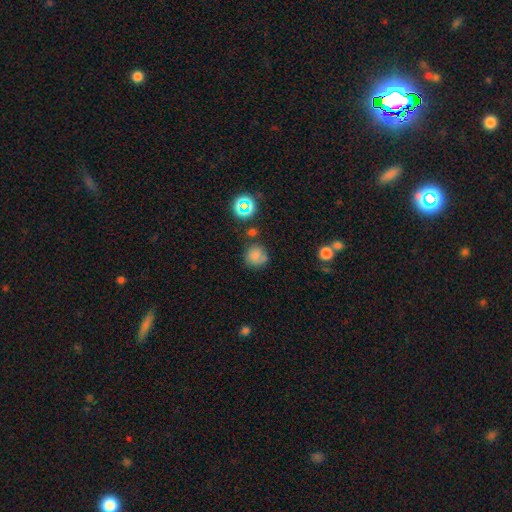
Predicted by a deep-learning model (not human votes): A smooth galaxy with no disk features (75%) that is round (89%). Merging: none (66%).